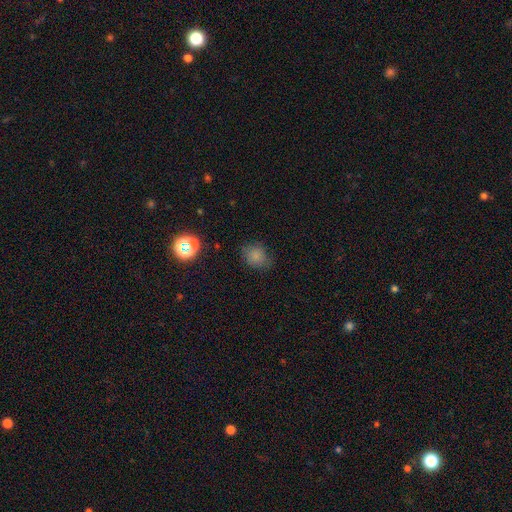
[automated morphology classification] Smooth or featured: smooth — 77% (star or artifact — 16%)
How rounded: round — 62% (in between — 37%)
Merging: none — 73% (minor disturbance — 19%)